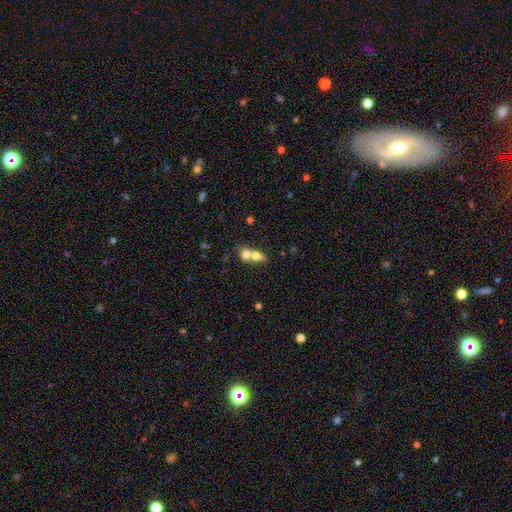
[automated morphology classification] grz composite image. It shows a smooth galaxy with no disk features (71%) that is in between round and cigar-shaped (49%). Merging: merger (75%).